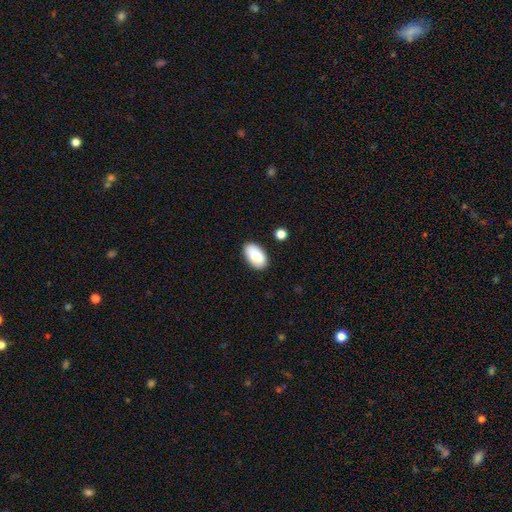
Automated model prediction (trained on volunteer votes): smooth-or-featured: smooth: 89% | star or artifact: 6% | featured or disk: 5%
  how-rounded: in between: 95% | round: 4% | cigar-shaped: 2%
  merging: none: 84% | minor disturbance: 11% | merger: 3% | major disturbance: 3%